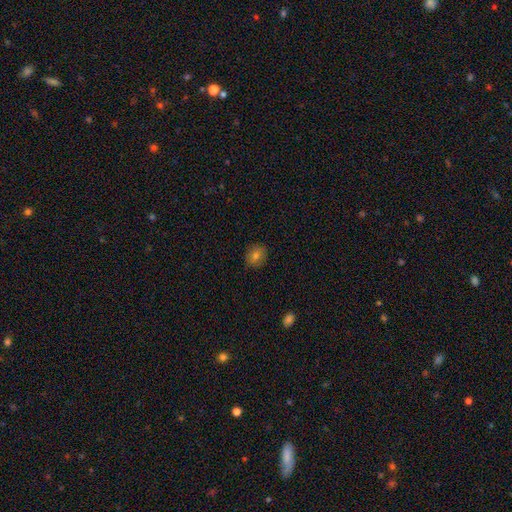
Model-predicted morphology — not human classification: This appears to be a smooth galaxy with no disk features (74%) that is round (77%). Merging: none (87%).